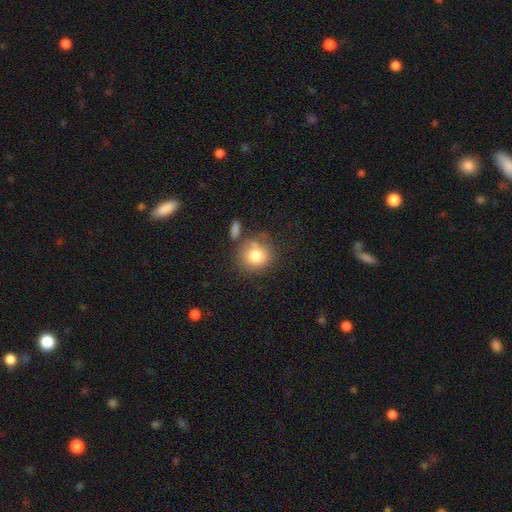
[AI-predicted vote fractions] Overall: smooth (79%). How rounded: round (82%). Merging: none (61%).